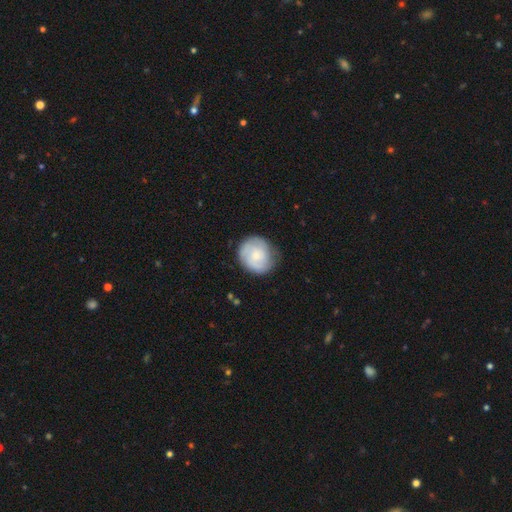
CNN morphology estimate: smooth-or-featured: smooth: 51% | featured or disk: 43% | star or artifact: 6%
  how-rounded: round: 83% | in between: 16% | cigar-shaped: 1%
  merging: none: 74% | minor disturbance: 20% | major disturbance: 5% | merger: 1%